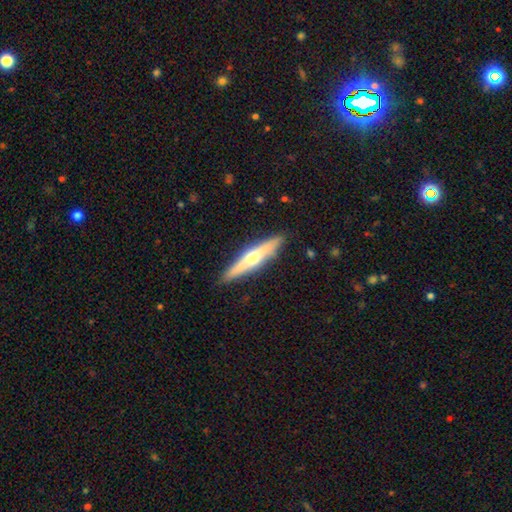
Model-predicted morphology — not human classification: featured or disk 65%, smooth 29%, star or artifact 5%. Down the decision tree: edge-on disk — yes (96%); edge-on bulge — rounded (92%); merging — none (91%).